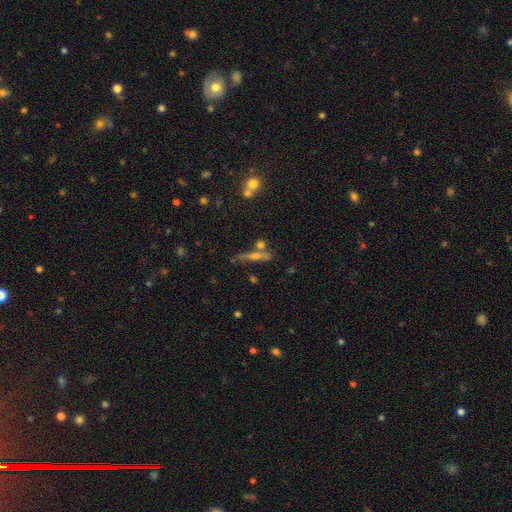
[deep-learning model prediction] Smooth or featured? Predicted: featured or disk (p=0.54). Edge-on disk? Predicted: yes (p=0.91). Merging? Predicted: none (p=0.69).